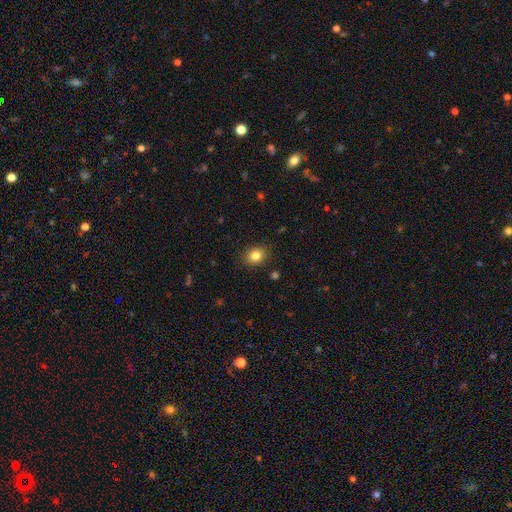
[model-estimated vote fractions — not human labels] Smooth or featured: smooth — 83% (star or artifact — 11%)
How rounded: round — 56% (in between — 43%)
Merging: none — 87% (minor disturbance — 9%)